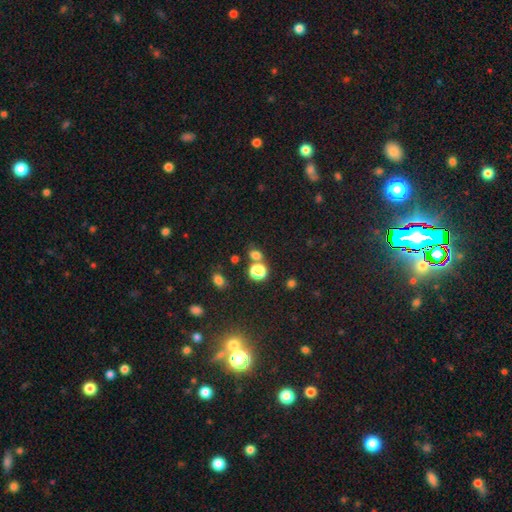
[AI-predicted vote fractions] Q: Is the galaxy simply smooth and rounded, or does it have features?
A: smooth — 69%.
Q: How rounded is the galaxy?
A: round — 68%.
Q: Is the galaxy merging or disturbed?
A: none — 64%.